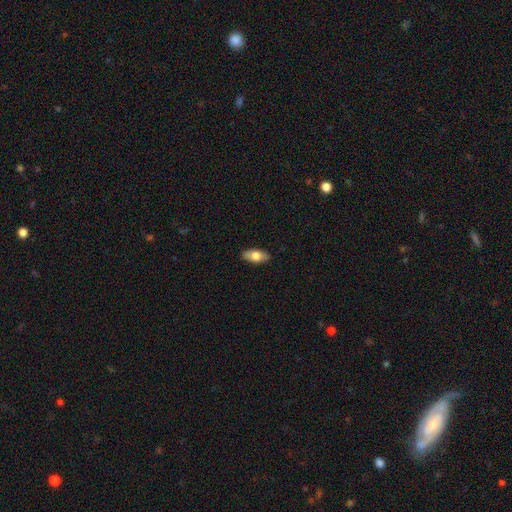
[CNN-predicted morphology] smooth_or_featured: smooth (p=0.70) [alt: featured or disk p=0.24]
how_rounded: in between (p=0.87) [alt: cigar-shaped p=0.10]
merging: none (p=0.88) [alt: minor disturbance p=0.09]